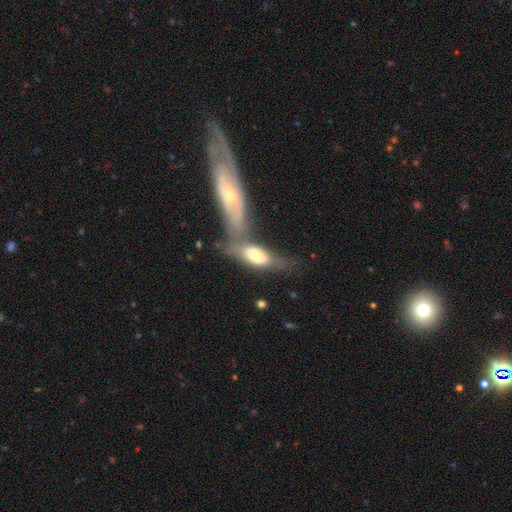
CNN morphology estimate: This is likely a smooth galaxy (63%). How rounded: likely in between (80%). Merging: possibly merger (50%).